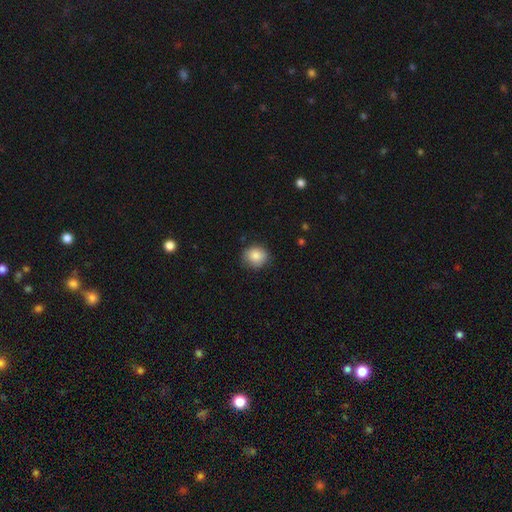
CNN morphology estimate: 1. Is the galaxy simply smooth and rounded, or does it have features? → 87% smooth, 8% star or artifact, 5% featured or disk.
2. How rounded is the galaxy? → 78% round, 21% in between, 1% cigar-shaped.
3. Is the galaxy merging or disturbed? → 82% none, 14% minor disturbance, 3% major disturbance, 1% merger.